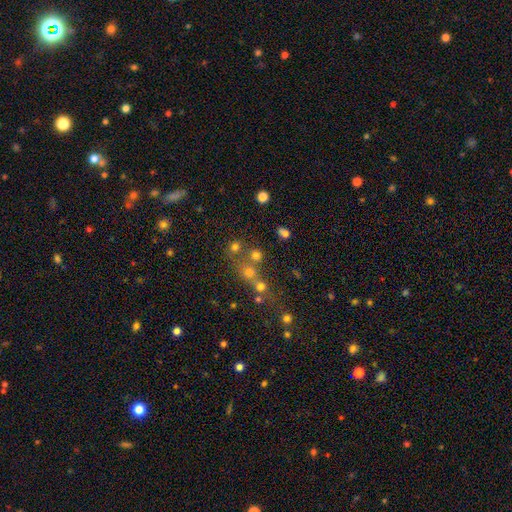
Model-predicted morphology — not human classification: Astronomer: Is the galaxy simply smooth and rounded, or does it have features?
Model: smooth — 65%.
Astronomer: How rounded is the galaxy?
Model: round — 88%.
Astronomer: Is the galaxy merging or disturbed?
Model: none — 57%.